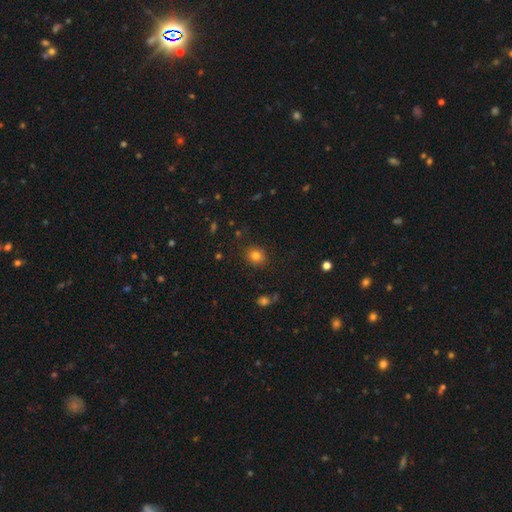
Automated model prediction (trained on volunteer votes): Smooth or featured? smooth (80%)
How rounded? round (74%)
Merging? none (87%)